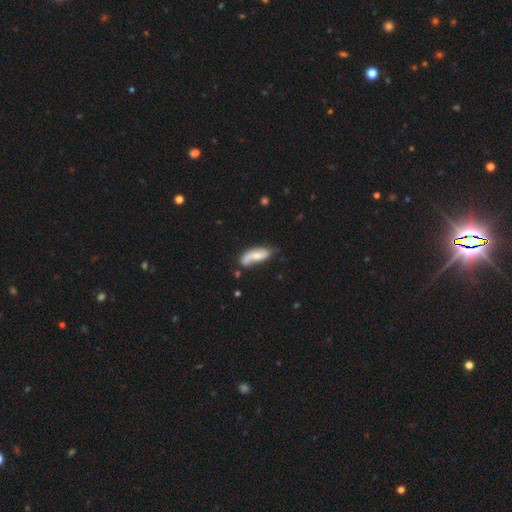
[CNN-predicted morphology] The model was most divided on "smooth or featured": smooth: 52%, featured or disk: 42%, star or artifact: 6%. More confident: how rounded — in between (70%); merging — none (52%).